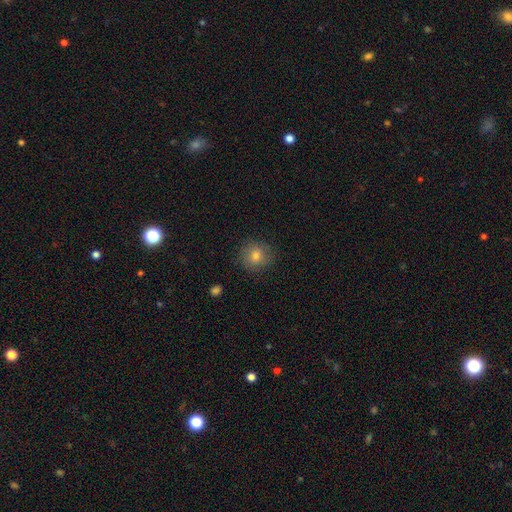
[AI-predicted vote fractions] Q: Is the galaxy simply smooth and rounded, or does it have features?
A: smooth — 74%.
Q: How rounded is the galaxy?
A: round — 90%.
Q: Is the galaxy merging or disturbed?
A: none — 85%.